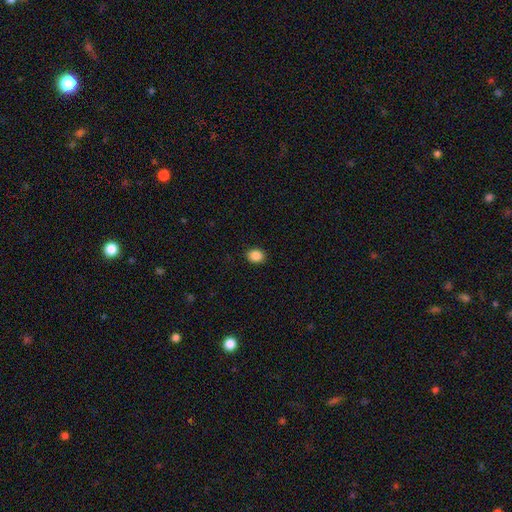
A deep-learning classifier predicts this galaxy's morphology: The model was most divided on "how rounded": round: 52%, in between: 48%, cigar-shaped: 1%. More confident: merging — none (90%); smooth or featured — smooth (88%).